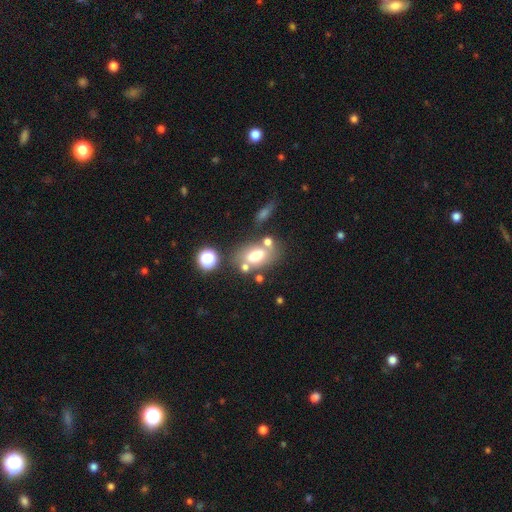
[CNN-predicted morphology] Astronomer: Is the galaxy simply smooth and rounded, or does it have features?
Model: smooth — 63%.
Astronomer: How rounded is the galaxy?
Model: in between — 82%.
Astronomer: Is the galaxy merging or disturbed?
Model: none — 53%.